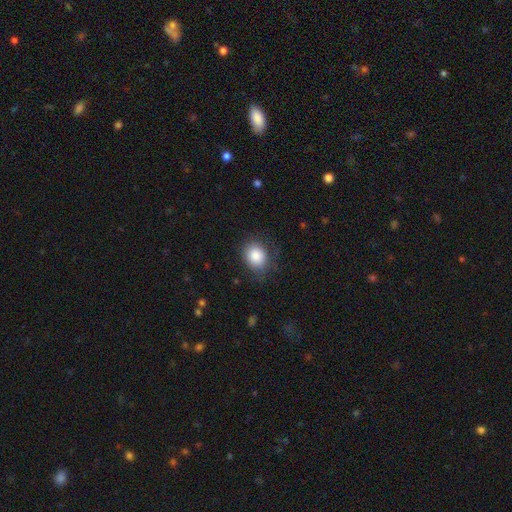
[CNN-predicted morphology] Smooth or featured: smooth — 85% (star or artifact — 9%)
How rounded: round — 64% (in between — 35%)
Merging: none — 76% (minor disturbance — 17%)